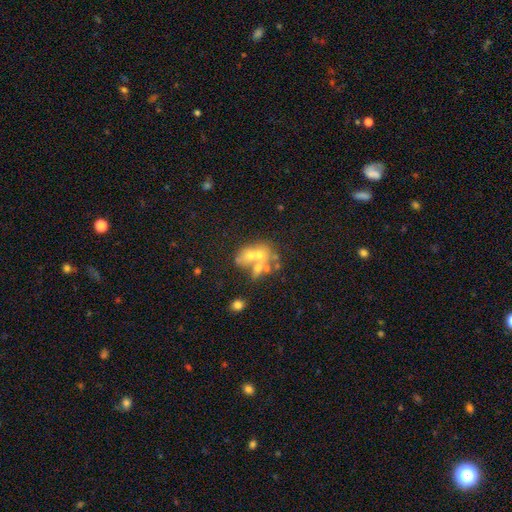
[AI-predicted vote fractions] Smooth or featured?
  - featured or disk: 42% * (tied)
  - smooth: 42% * (tied)
  - star or artifact: 16%
Merging?
  - merger: 57% *
  - none: 25%
  - minor disturbance: 9%
  - major disturbance: 9%